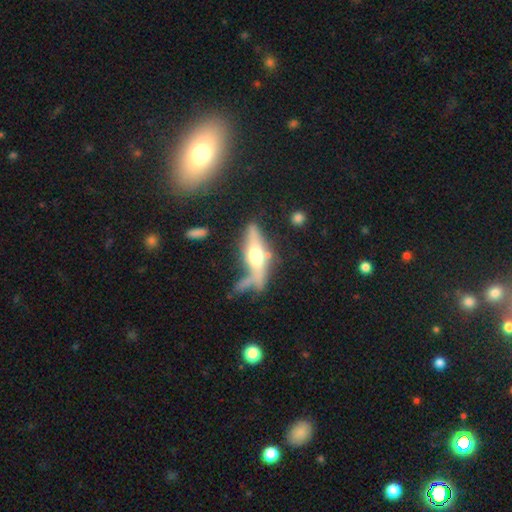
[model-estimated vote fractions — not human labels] This is possibly a featured or disk galaxy (58%). It is clearly viewed edge-on (83%). Merging: possibly none (49%).